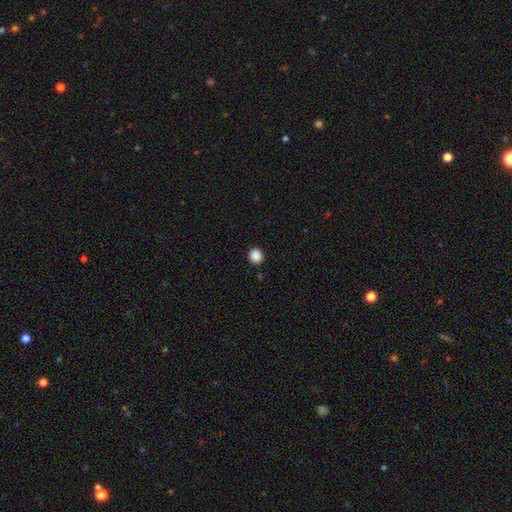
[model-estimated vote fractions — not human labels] smooth 88%, star or artifact 10%, featured or disk 2%. Down the decision tree: how rounded — round (88%); merging — none (91%).